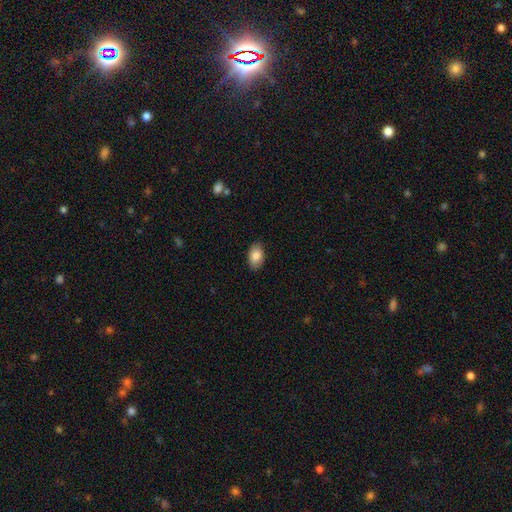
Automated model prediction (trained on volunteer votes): smooth-or-featured: smooth: 86% | featured or disk: 7% | star or artifact: 7%
  how-rounded: in between: 92% | round: 7% | cigar-shaped: 1%
  merging: none: 86% | minor disturbance: 11% | major disturbance: 2% | merger: 1%